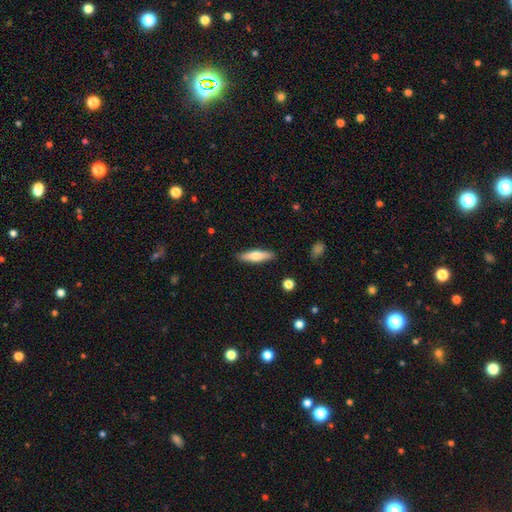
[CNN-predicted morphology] Overall: smooth (62%; featured or disk 32%). How rounded: cigar-shaped (70%). Merging: none (89%).